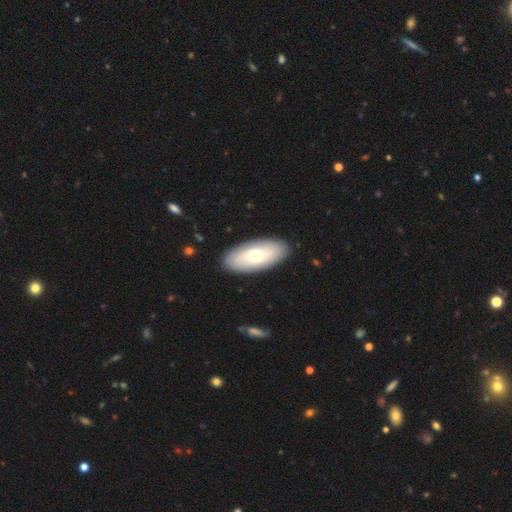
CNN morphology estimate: Smooth or featured: smooth — 62% (featured or disk — 33%)
How rounded: in between — 88% (cigar-shaped — 9%)
Merging: none — 89% (minor disturbance — 8%)